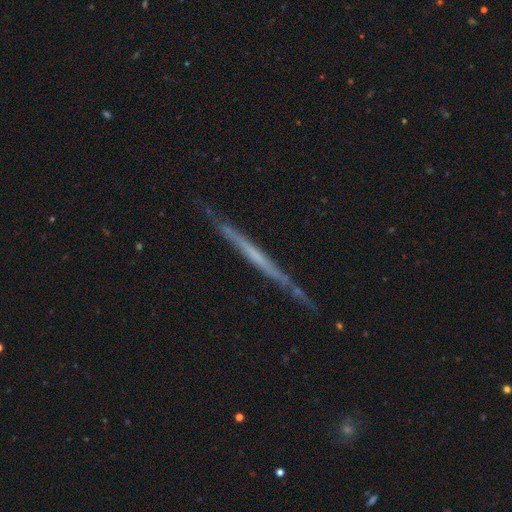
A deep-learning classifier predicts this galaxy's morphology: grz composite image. It shows a featured or disk galaxy (67%) viewed edge-on (96%) with no central bulge (86%). Merging: none (81%).